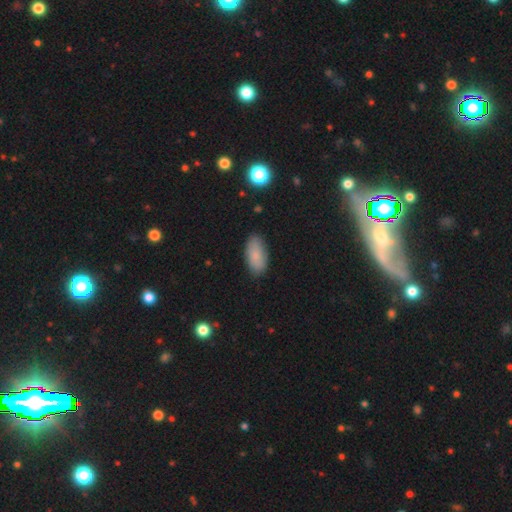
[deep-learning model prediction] Smooth or featured: smooth — 85% (featured or disk — 8%)
How rounded: in between — 92% (cigar-shaped — 6%)
Merging: none — 84% (minor disturbance — 12%)